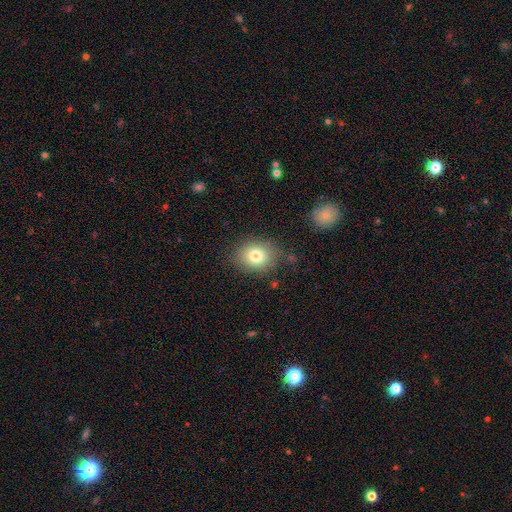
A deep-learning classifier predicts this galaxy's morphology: Smooth or featured?
  - smooth: 79% *
  - featured or disk: 10%
  - star or artifact: 10%
How rounded?
  - round: 54% *
  - in between: 46%
  - cigar-shaped: 1%
Merging?
  - none: 79% *
  - minor disturbance: 14%
  - major disturbance: 4%
  - merger: 2%